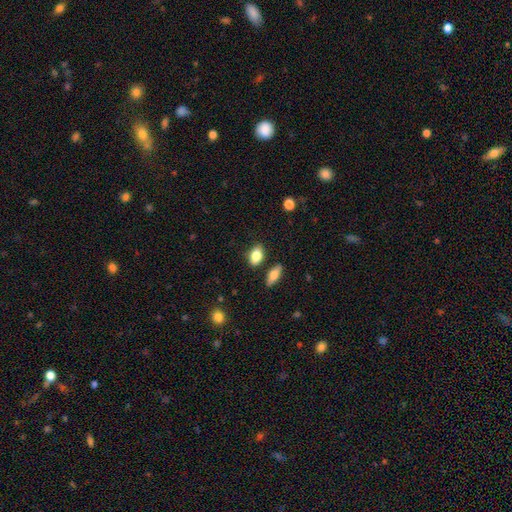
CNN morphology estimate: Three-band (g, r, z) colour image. It shows a smooth galaxy with no disk features (83%) that is in between round and cigar-shaped (85%). Merging: none (78%).